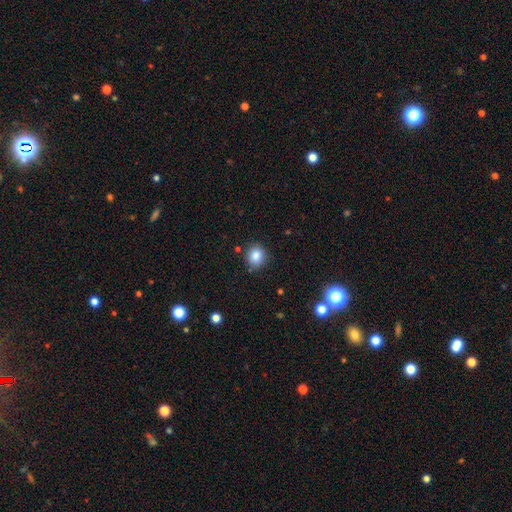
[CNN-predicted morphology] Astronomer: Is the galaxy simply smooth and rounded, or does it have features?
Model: smooth — 85%.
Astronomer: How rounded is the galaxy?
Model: round — 78%.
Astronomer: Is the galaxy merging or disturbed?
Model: none — 86%.